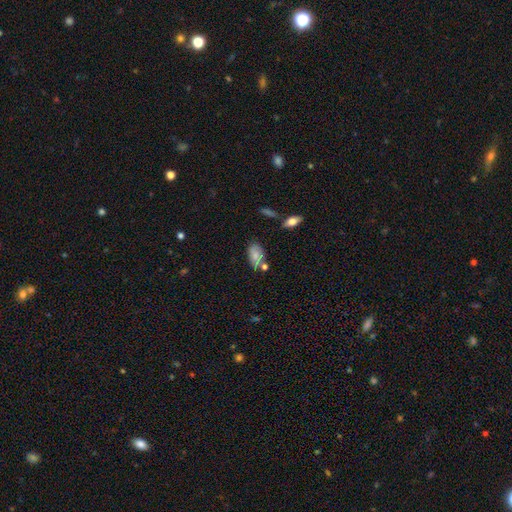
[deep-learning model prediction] A smooth galaxy with no disk features (70%) that is in between round and cigar-shaped (92%).

Vote fractions:
- Smooth or featured? smooth: 70% / featured or disk: 21% / star or artifact: 9%
- How rounded? in between: 92% / round: 6% / cigar-shaped: 3%
- Merging? none: 55% / minor disturbance: 24% / merger: 14% / major disturbance: 7%